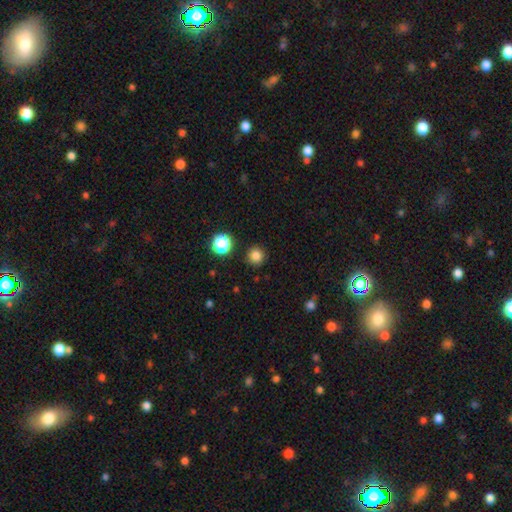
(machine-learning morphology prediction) This is clearly a smooth galaxy (81%). How rounded: clearly round (94%). Merging: clearly none (90%).